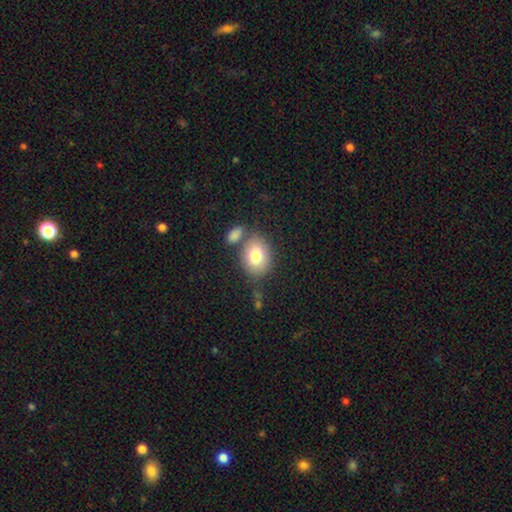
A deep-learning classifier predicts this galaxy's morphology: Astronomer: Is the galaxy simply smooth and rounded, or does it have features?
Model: smooth — 78%.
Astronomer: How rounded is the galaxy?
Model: in between — 60% (runner-up: round, 39%).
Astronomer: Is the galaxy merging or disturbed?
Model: none — 65%.